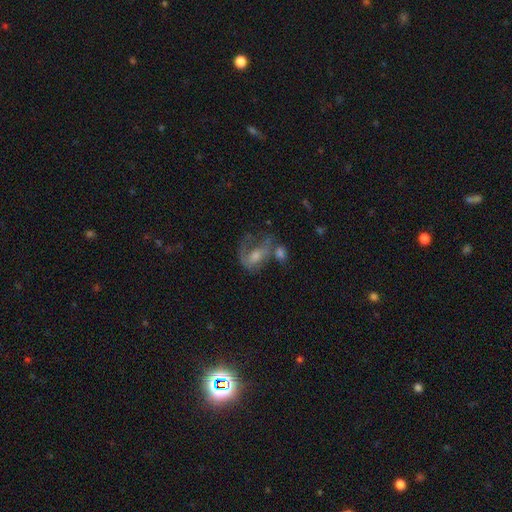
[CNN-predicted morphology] Smooth or featured: featured or disk — 60% (smooth — 25%)
Edge-on disk: no — 95% (yes — 5%)
Bar: no — 50% (weak — 37%)
Spiral arms: yes — 70% (no — 30%)
Bulge size: moderate — 53% (small — 30%)
Merging: none — 28% (tied with major disturbance — 28%; merger — 28%)